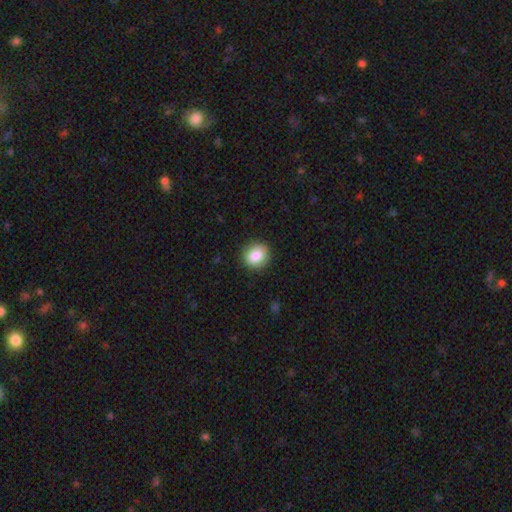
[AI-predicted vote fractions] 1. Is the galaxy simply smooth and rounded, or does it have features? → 84% smooth, 8% star or artifact, 8% featured or disk.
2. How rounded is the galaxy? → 80% round, 19% in between, 1% cigar-shaped.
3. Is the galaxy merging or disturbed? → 87% none, 9% minor disturbance, 2% major disturbance, 1% merger.